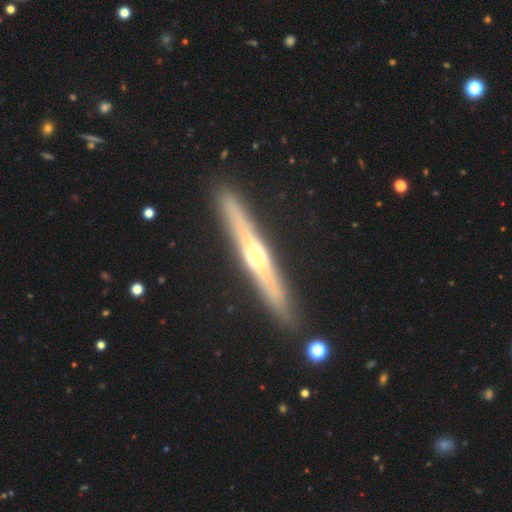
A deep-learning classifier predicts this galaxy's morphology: featured or disk 68%, smooth 26%, star or artifact 6%. Down the decision tree: edge-on disk — yes (95%); edge-on bulge — rounded (80%); merging — none (89%).